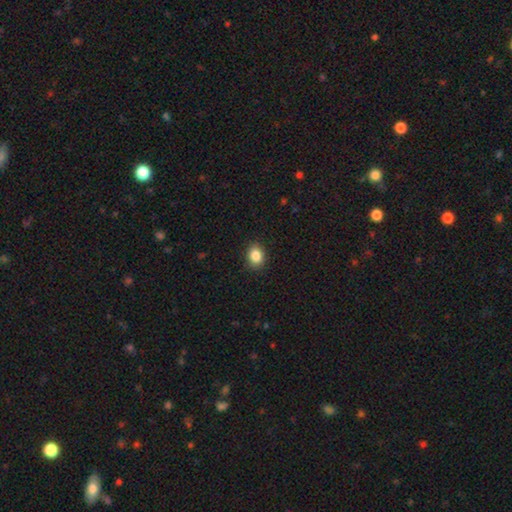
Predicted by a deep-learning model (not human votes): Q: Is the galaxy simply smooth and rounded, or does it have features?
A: smooth — 87%.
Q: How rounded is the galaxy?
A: in between — 60%.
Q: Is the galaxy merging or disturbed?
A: none — 89%.